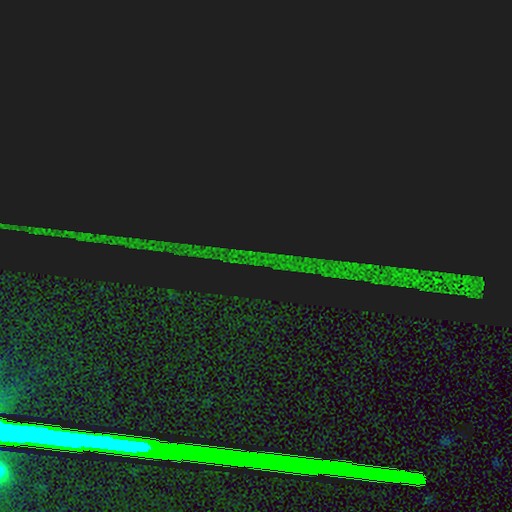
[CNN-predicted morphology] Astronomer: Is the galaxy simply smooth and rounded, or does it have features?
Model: star or artifact — 89%.